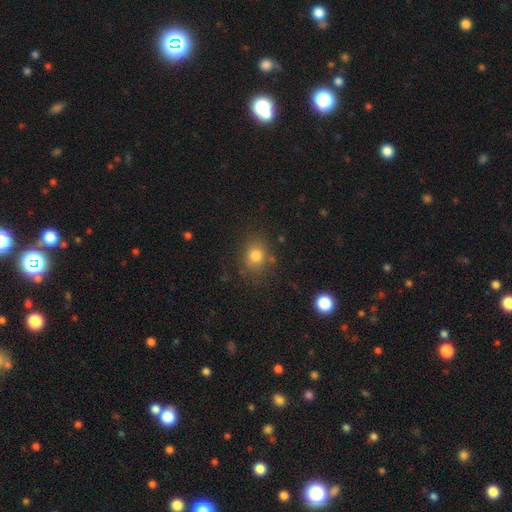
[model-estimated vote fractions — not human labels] This appears to be a smooth galaxy with no disk features (79%) that is round (59%). Merging: none (77%).